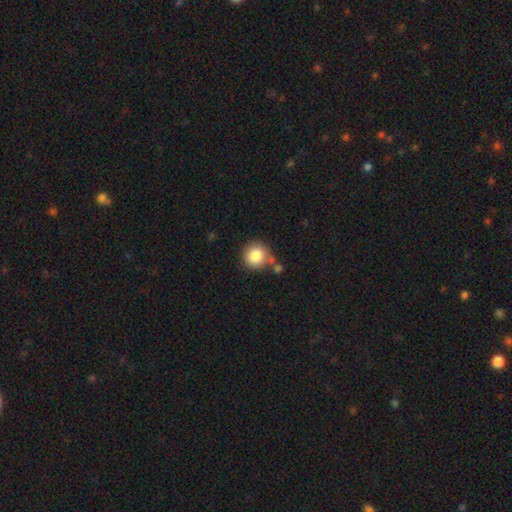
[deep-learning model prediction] Smooth or featured? smooth (83%)
How rounded? round (92%)
Merging? none (68%)